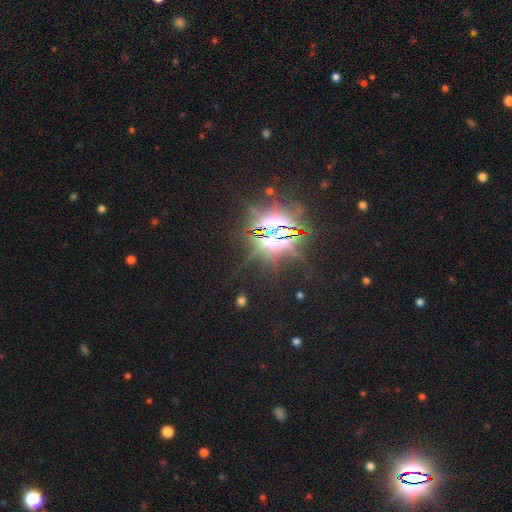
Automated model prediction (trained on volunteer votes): This is clearly a star or artifact rather than a galaxy (84%).